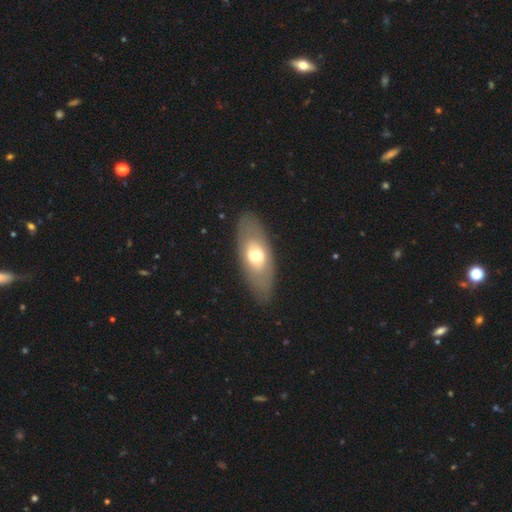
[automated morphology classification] A smooth galaxy with no disk features (53%) that is in between round and cigar-shaped (82%). Merging: none (85%).